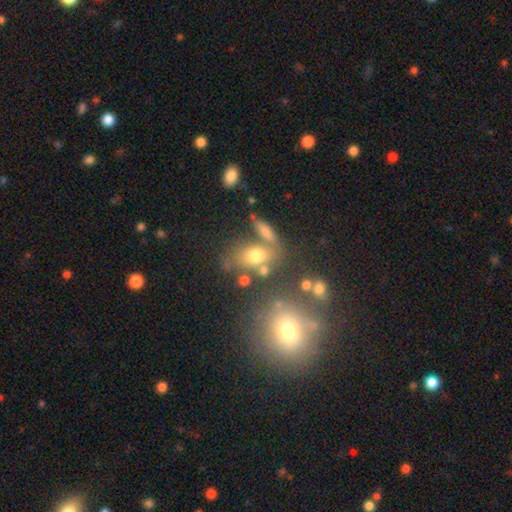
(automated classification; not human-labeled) smooth_or_featured: smooth (p=0.68) [alt: featured or disk p=0.19]
how_rounded: in between (p=0.73) [alt: round p=0.20]
merging: none (p=0.54) [alt: merger p=0.24]